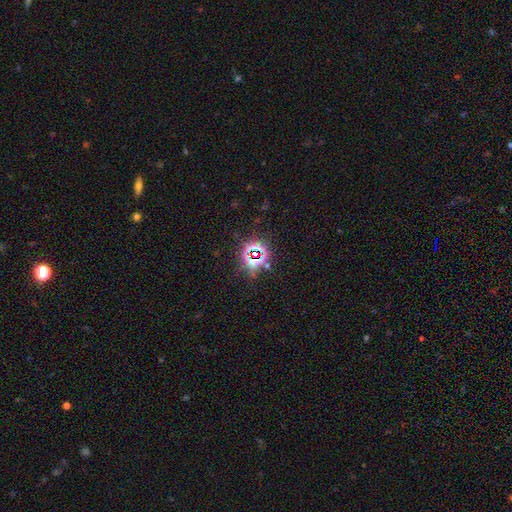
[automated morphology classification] This appears to be a star or artifact, not a galaxy (76%).